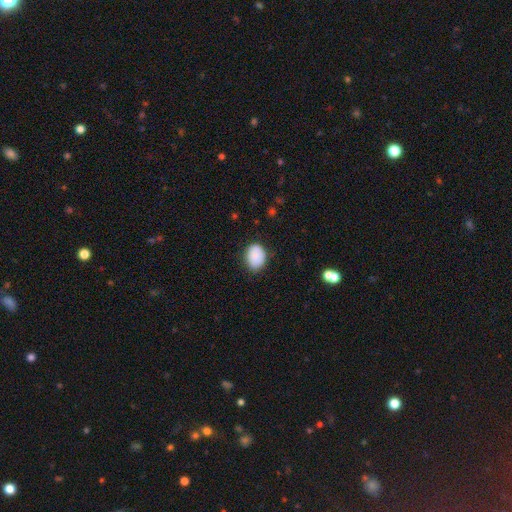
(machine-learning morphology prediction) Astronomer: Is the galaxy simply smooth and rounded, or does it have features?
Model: smooth — 87%.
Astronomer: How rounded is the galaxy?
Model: in between — 68%.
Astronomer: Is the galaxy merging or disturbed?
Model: none — 79%.